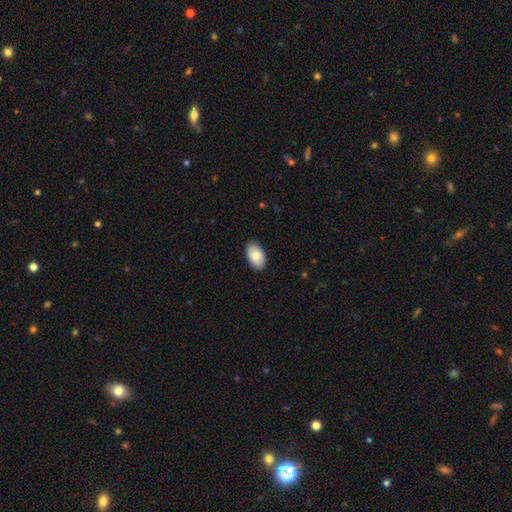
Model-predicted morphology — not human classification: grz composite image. It shows a smooth galaxy with no disk features (80%) that is in between round and cigar-shaped (95%). Merging: none (89%).